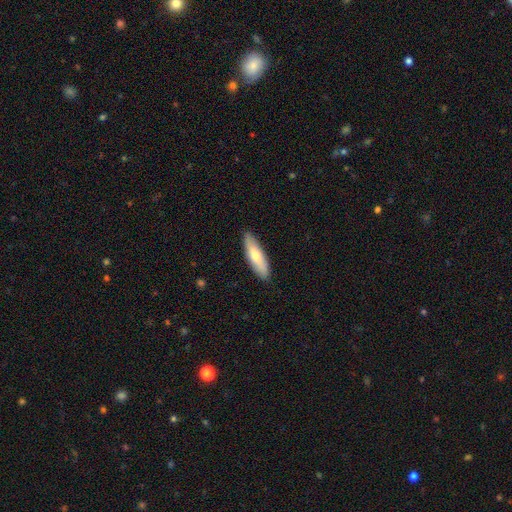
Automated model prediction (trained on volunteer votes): This appears to be a smooth galaxy with no disk features (67%) that is cigar-shaped (58%). Merging: none (88%).